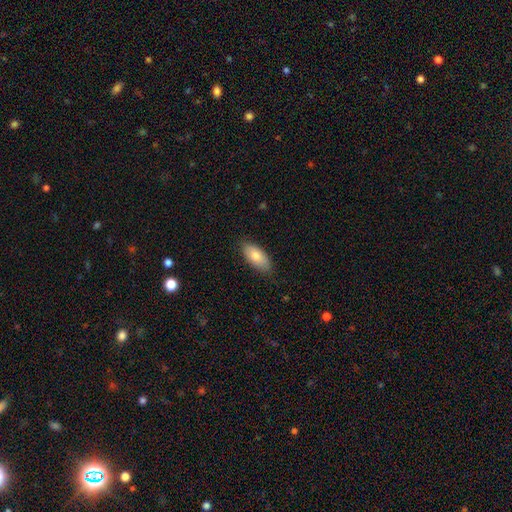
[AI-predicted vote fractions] smooth-or-featured: smooth: 81% | featured or disk: 13% | star or artifact: 6%
  how-rounded: in between: 91% | cigar-shaped: 7% | round: 2%
  merging: none: 81% | minor disturbance: 16% | major disturbance: 3% | merger: 1%